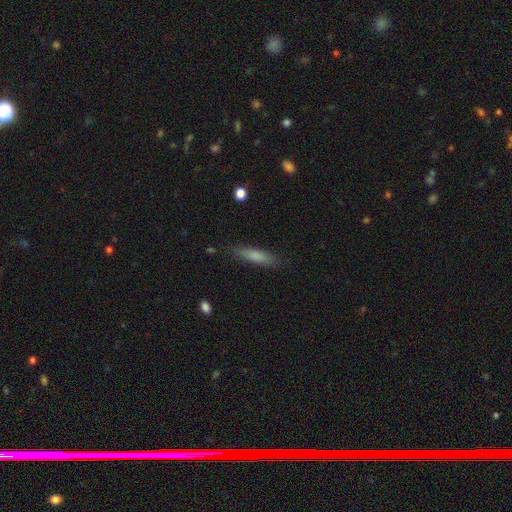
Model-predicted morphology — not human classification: A smooth galaxy with no disk features (78%) that is cigar-shaped (75%). Merging: none (84%).